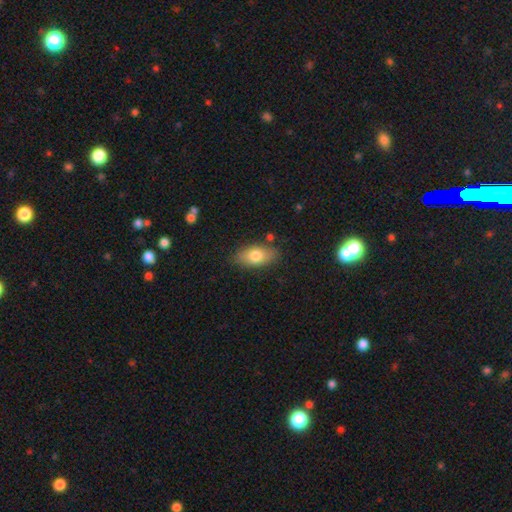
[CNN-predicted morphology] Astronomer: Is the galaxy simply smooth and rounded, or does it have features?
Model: smooth — 76%.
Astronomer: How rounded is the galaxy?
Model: in between — 88%.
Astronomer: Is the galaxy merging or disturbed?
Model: none — 80%.